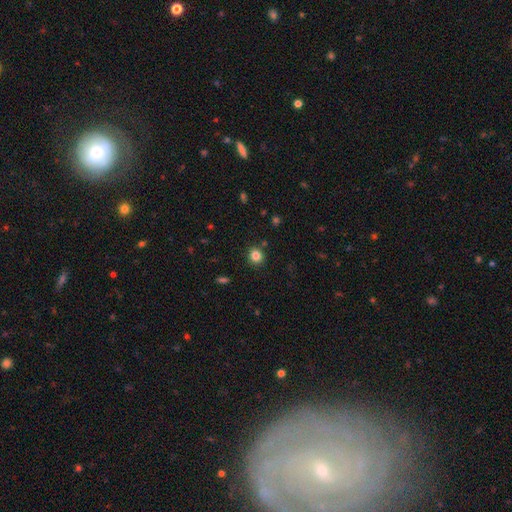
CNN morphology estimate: Smooth or featured? Predicted: smooth (p=0.83). How rounded? Predicted: round (p=0.85). Merging? Predicted: none (p=0.88).